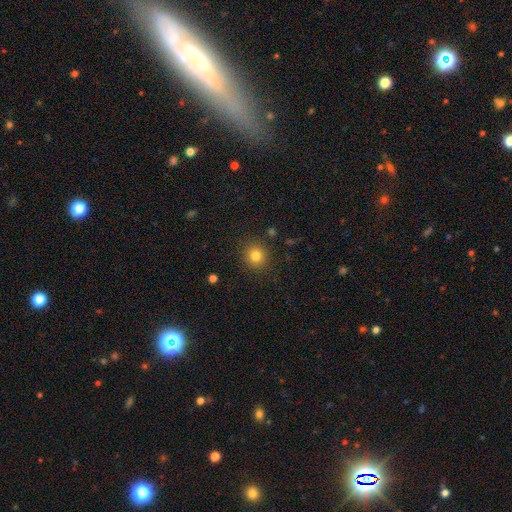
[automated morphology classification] Smooth or featured? smooth (81%)
How rounded? round (91%)
Merging? none (90%)